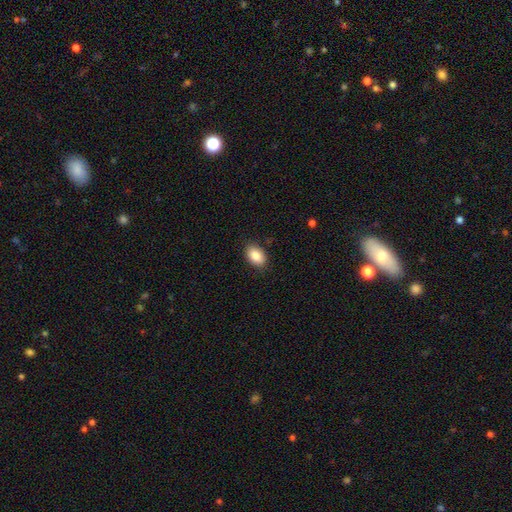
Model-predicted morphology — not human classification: smooth 86%, star or artifact 8%, featured or disk 6%. Down the decision tree: how rounded — in between (87%); merging — none (87%).